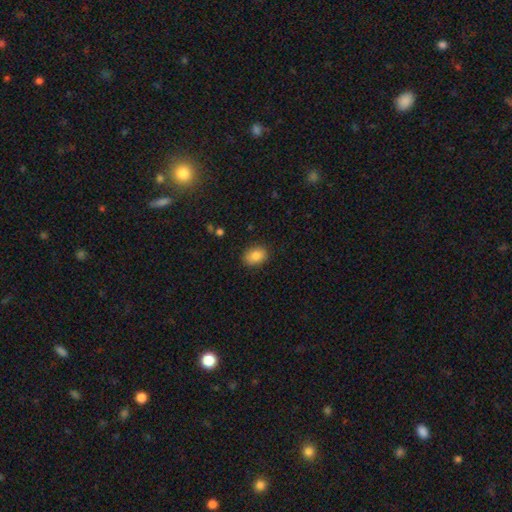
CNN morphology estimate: A smooth galaxy with no disk features (85%) that is in between round and cigar-shaped (72%). Merging: none (86%).